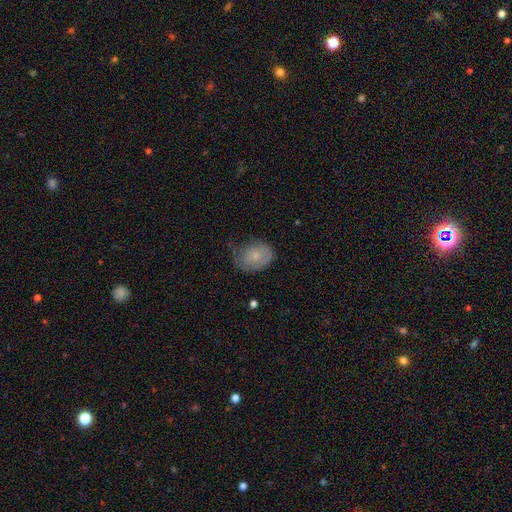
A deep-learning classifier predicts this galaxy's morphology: This is likely a smooth galaxy (65%). How rounded: possibly in between (60%). Merging: marginally none (42%).